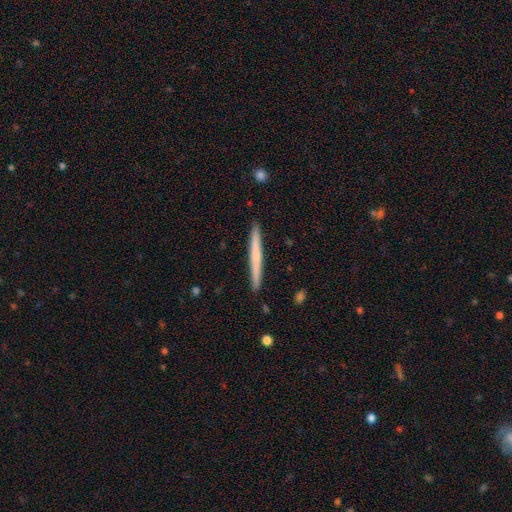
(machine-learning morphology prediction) type=smooth (56%); roundness=cigar-shaped (97%); merging=none (92%).